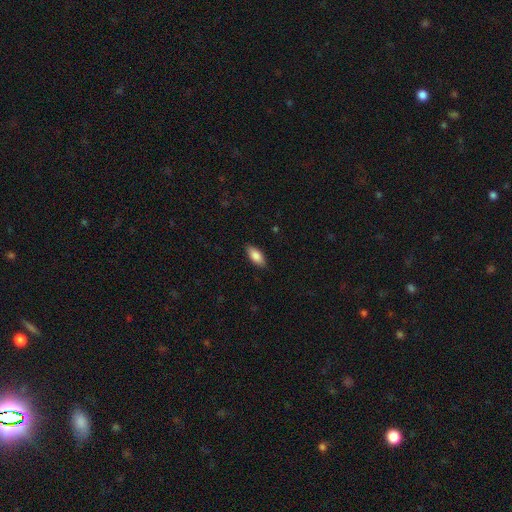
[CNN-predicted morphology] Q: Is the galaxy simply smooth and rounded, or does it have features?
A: smooth — 85%.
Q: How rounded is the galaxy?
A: in between — 86%.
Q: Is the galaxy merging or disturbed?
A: none — 87%.